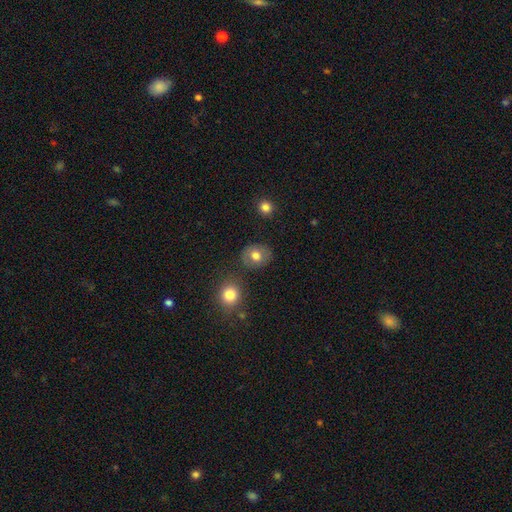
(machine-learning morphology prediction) This appears to be a smooth galaxy with no disk features (75%) that is round (65%). Merging: none (78%).